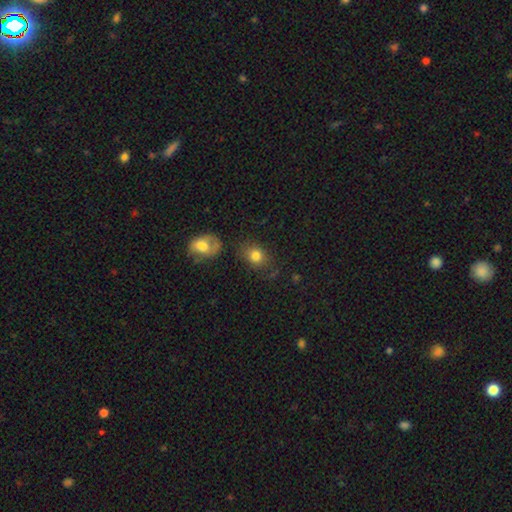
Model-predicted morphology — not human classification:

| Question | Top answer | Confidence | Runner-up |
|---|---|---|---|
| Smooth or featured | smooth | 80% | star or artifact (11%) |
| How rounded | in between | 54% | round (45%) |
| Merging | none | 68% | minor disturbance (17%) |